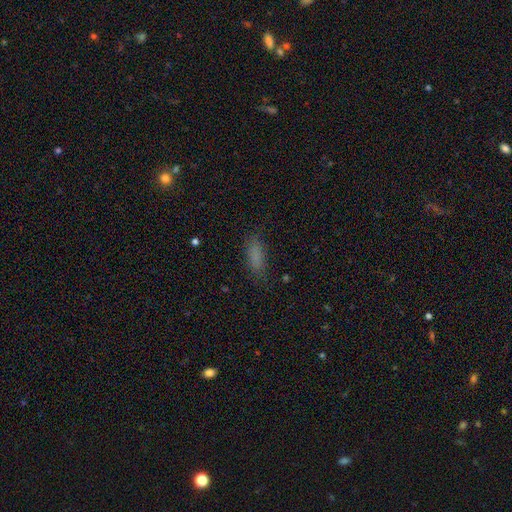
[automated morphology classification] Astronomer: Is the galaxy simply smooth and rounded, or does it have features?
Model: smooth — 81%.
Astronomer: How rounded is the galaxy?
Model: in between — 61% (runner-up: cigar-shaped, 37%).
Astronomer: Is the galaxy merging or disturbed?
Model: none — 79%.